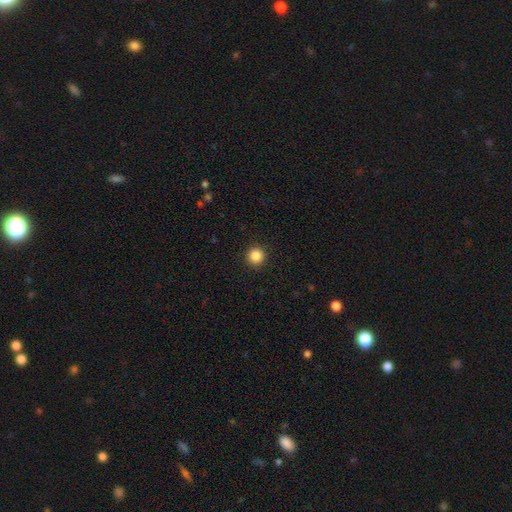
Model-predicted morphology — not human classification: Smooth or featured?
  - smooth: 86% *
  - star or artifact: 11%
  - featured or disk: 4%
How rounded?
  - round: 96% *
  - in between: 3%
  - cigar-shaped: 1%
Merging?
  - none: 93% *
  - minor disturbance: 4%
  - major disturbance: 2%
  - merger: 1%